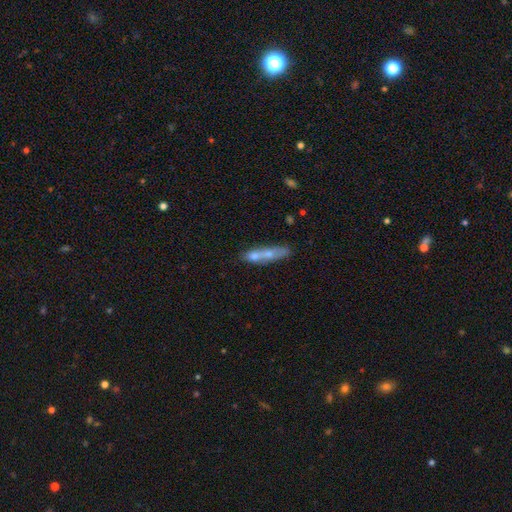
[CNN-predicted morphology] Overall: smooth (52%; featured or disk 39%). How rounded: cigar-shaped (76%). Merging: none (41%; merger 36%).